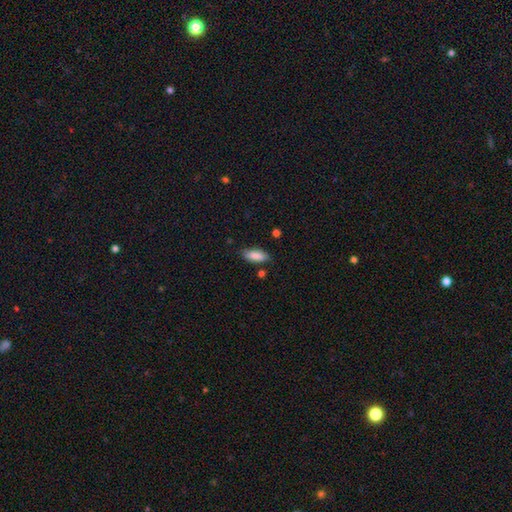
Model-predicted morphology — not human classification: This appears to be a smooth galaxy with no disk features (87%) that is in between round and cigar-shaped (79%). Merging: none (80%).